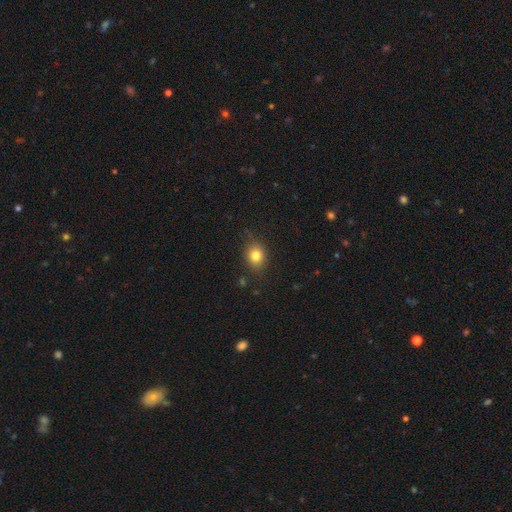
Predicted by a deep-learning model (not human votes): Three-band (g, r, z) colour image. It shows a smooth galaxy with no disk features (81%) that is round (53%). Merging: none (78%).